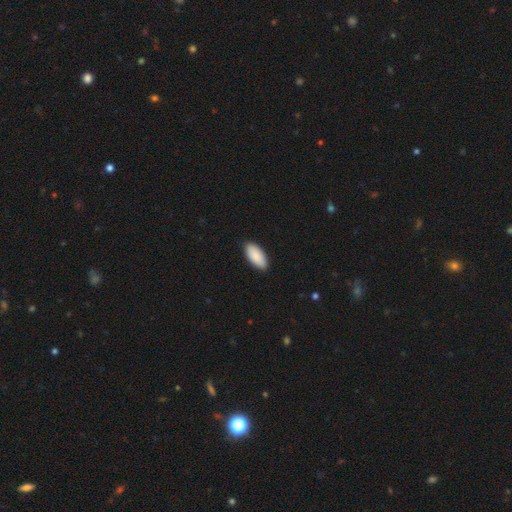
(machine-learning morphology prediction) smooth_or_featured: smooth (p=0.90) [alt: star or artifact p=0.05]
how_rounded: in between (p=0.91) [alt: cigar-shaped p=0.07]
merging: none (p=0.89) [alt: minor disturbance p=0.09]